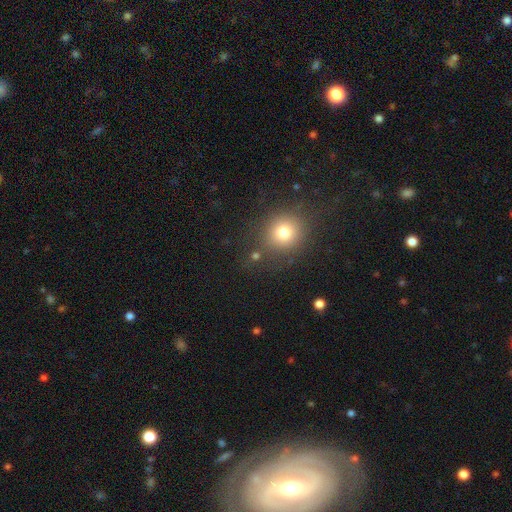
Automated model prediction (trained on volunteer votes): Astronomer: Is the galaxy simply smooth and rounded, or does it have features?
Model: smooth — 68%.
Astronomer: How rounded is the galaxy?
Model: round — 84%.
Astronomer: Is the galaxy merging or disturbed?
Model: none — 84%.